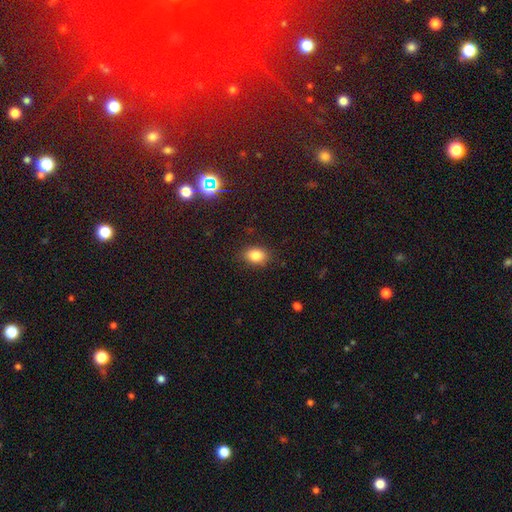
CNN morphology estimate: The model was most divided on "how rounded": in between: 73%, round: 26%, cigar-shaped: 1%. More confident: merging — none (85%); smooth or featured — smooth (84%).